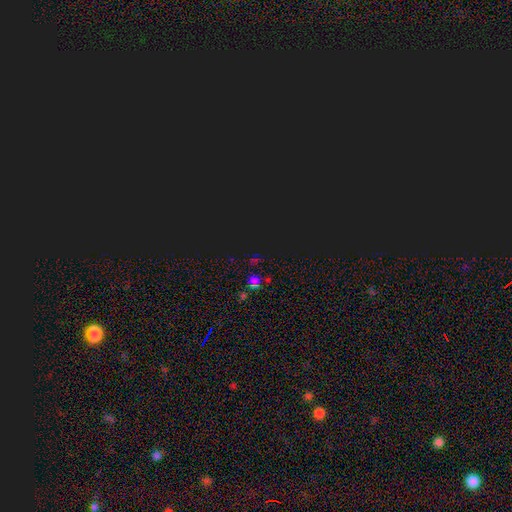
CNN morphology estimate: Overall: star or artifact (70%).